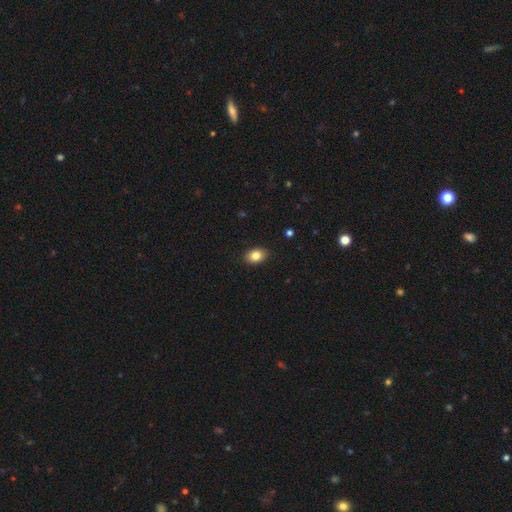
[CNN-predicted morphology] A smooth galaxy with no disk features (83%) that is in between round and cigar-shaped (80%).

Vote fractions:
- Smooth or featured? smooth: 83% / star or artifact: 9% / featured or disk: 8%
- How rounded? in between: 80% / round: 19% / cigar-shaped: 1%
- Merging? none: 89% / minor disturbance: 8% / major disturbance: 2% / merger: 1%